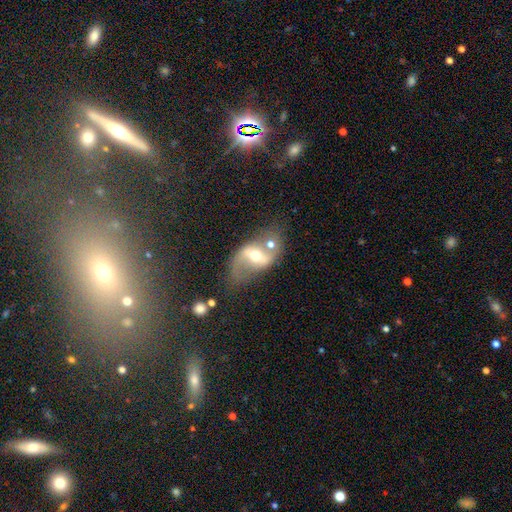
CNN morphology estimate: This is likely a featured or disk galaxy (72%). It is clearly not viewed edge-on (94%). Bar: marginally strong (38%). Spiral arm pattern: likely yes (75%). Spiral arm count: clearly 2 (85%). Spiral winding: likely loose (75%). Central bulge: likely moderate (64%). Merging: marginally none (44%).